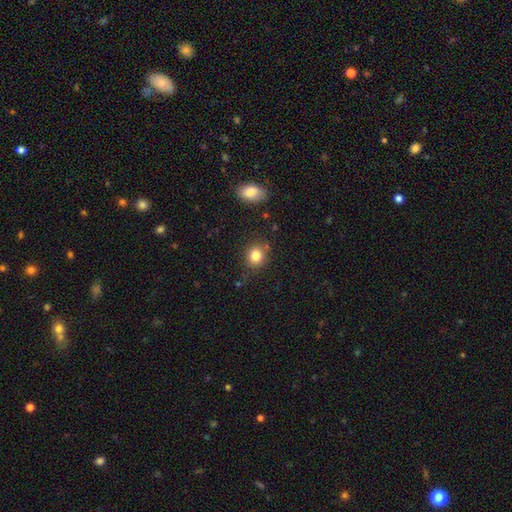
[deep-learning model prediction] Smooth or featured?
  - smooth: 83% *
  - star or artifact: 11%
  - featured or disk: 6%
How rounded?
  - round: 79% *
  - in between: 20%
  - cigar-shaped: 1%
Merging?
  - none: 81% *
  - minor disturbance: 12%
  - merger: 4%
  - major disturbance: 3%